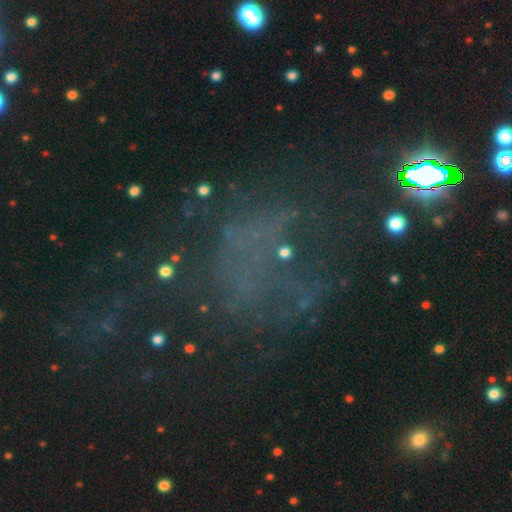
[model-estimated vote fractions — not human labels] A star or artifact, not a galaxy (46%).

Vote fractions:
- Smooth or featured? star or artifact: 46% / featured or disk: 31% / smooth: 24%